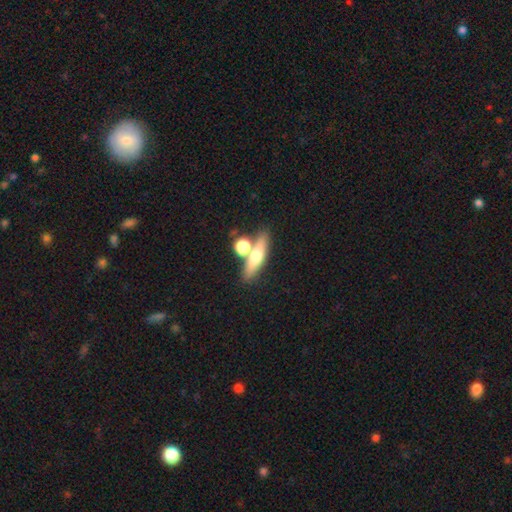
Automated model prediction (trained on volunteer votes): Smooth or featured?
  - smooth: 57% *
  - featured or disk: 34%
  - star or artifact: 8%
How rounded?
  - cigar-shaped: 53% *
  - in between: 34%
  - round: 13%
Merging?
  - none: 57% *
  - merger: 30%
  - minor disturbance: 9%
  - major disturbance: 4%